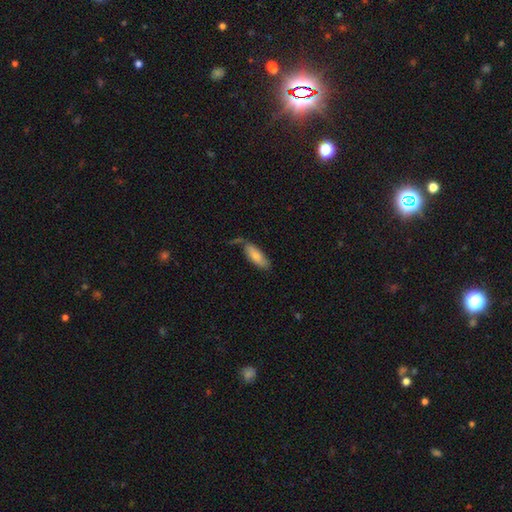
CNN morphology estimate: type=smooth (77%); roundness=in between (67%); merging=none (59%).